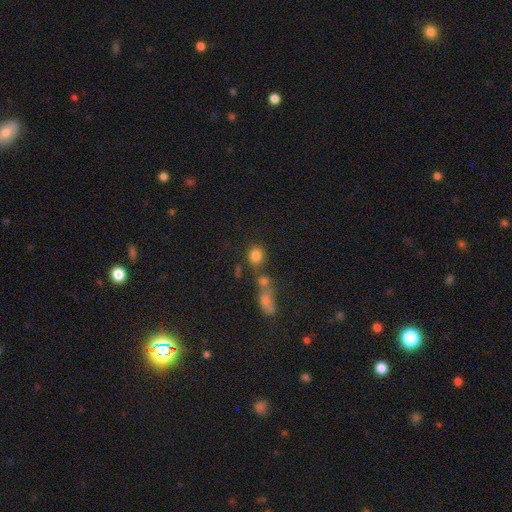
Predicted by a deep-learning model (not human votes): smooth 79%, star or artifact 12%, featured or disk 8%. Down the decision tree: how rounded — round (76%); merging — none (55%).